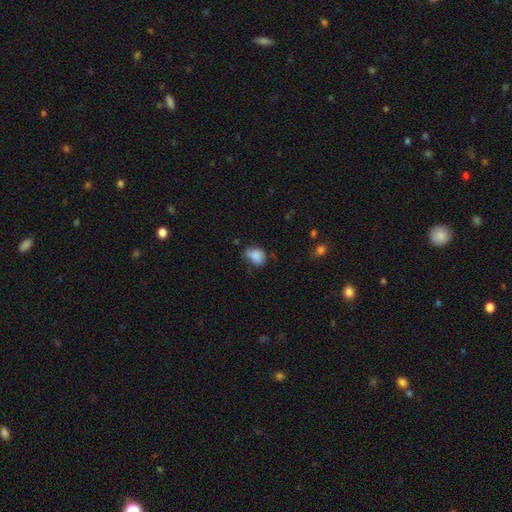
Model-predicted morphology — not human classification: This is clearly a smooth galaxy (82%). How rounded: likely in between (64%). Merging: possibly none (47%).